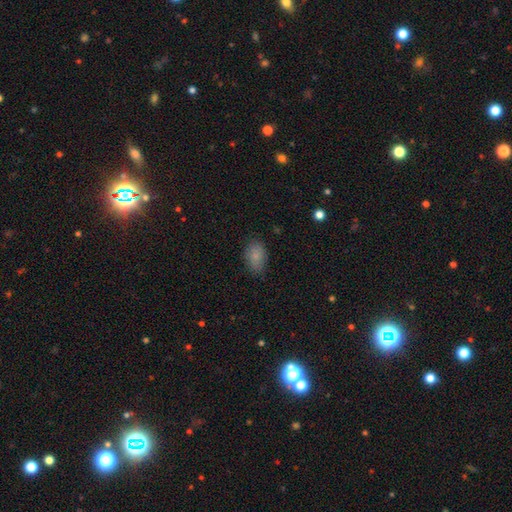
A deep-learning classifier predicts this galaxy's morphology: The model was most divided on "merging": none: 80%, minor disturbance: 15%, major disturbance: 3%, merger: 1%. More confident: how rounded — in between (87%); smooth or featured — smooth (84%).